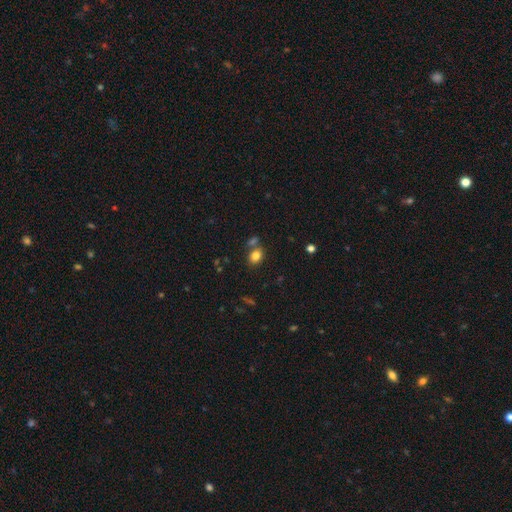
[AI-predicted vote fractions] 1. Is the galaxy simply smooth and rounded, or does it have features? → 82% smooth, 11% star or artifact, 7% featured or disk.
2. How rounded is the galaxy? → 59% in between, 40% round, 1% cigar-shaped.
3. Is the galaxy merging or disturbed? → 66% none, 18% merger, 12% minor disturbance, 4% major disturbance.